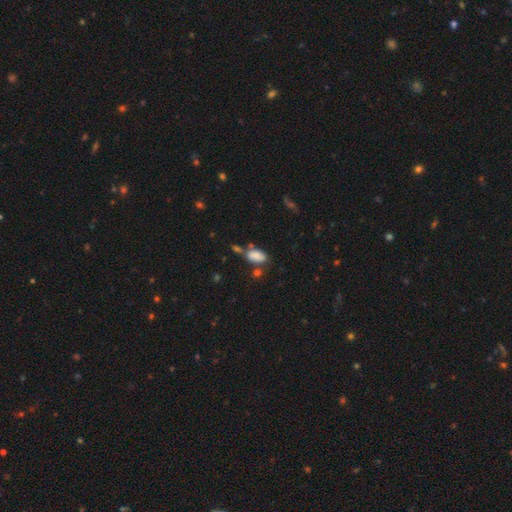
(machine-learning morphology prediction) Smooth or featured: smooth — 84% (star or artifact — 9%)
How rounded: in between — 92% (cigar-shaped — 4%)
Merging: none — 52% (merger — 22%)